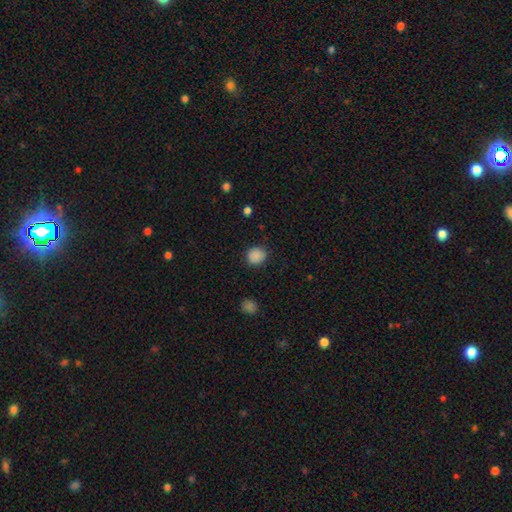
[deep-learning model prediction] Overall: smooth (87%). How rounded: round (80%). Merging: none (85%).